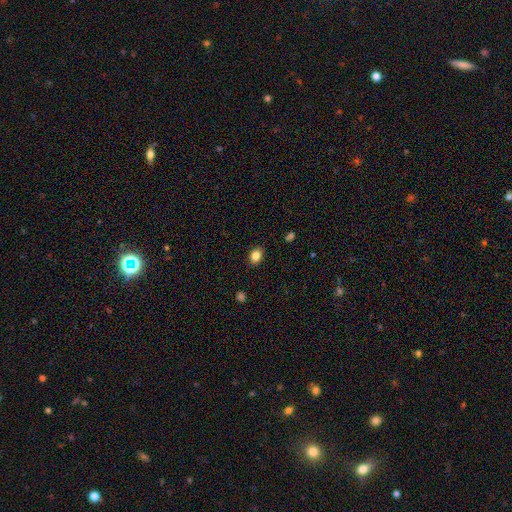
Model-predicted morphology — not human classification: Smooth or featured? smooth (84%)
How rounded? in between (60%)
Merging? none (88%)